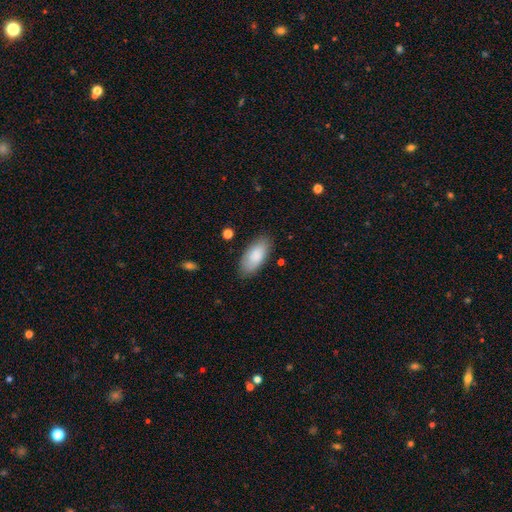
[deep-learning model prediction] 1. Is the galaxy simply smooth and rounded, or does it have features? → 86% smooth, 8% featured or disk, 6% star or artifact.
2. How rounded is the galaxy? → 91% in between, 8% cigar-shaped, 2% round.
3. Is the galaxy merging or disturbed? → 82% none, 13% minor disturbance, 3% major disturbance, 1% merger.